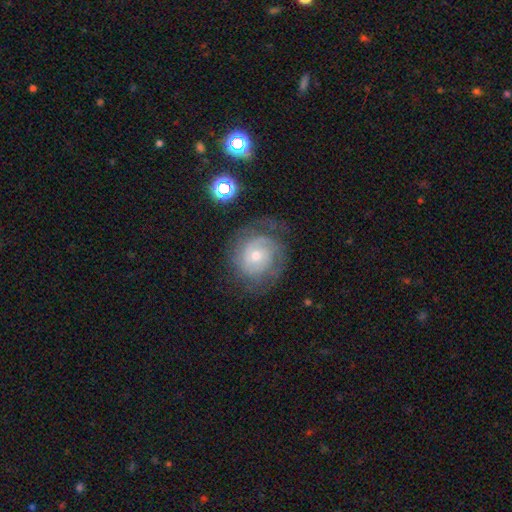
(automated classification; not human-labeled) smooth-or-featured: featured or disk: 73% | smooth: 19% | star or artifact: 8%
  disk-edge-on: no: 97% | yes: 3%
    bar: no: 72% | weak: 24% | strong: 4%
    has-spiral-arms: yes: 90% | no: 10%
      spiral-winding: tight: 64% | medium: 27% | loose: 9%
      spiral-arm-count: 2: 36% | can't tell: 35% | 3: 13% | 1: 10% | 4: 4% | more than 4: 3%
    bulge-size: small: 48% | moderate: 47% | large: 3% | none: 1% | dominant: 1%
  merging: none: 65% | minor disturbance: 19% | major disturbance: 14% | merger: 2%